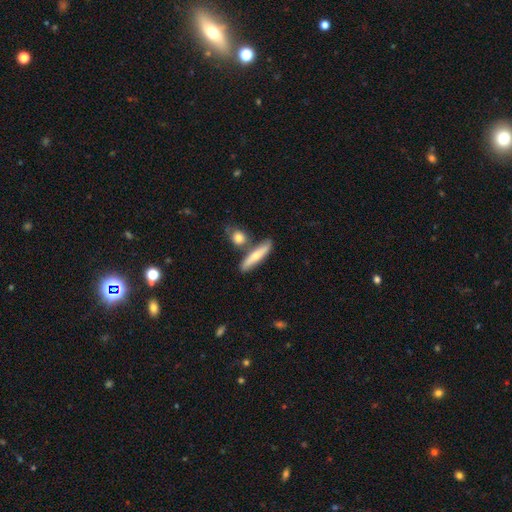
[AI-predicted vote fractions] This appears to be a smooth galaxy with no disk features (56%) that is cigar-shaped (78%). Merging: none (70%).